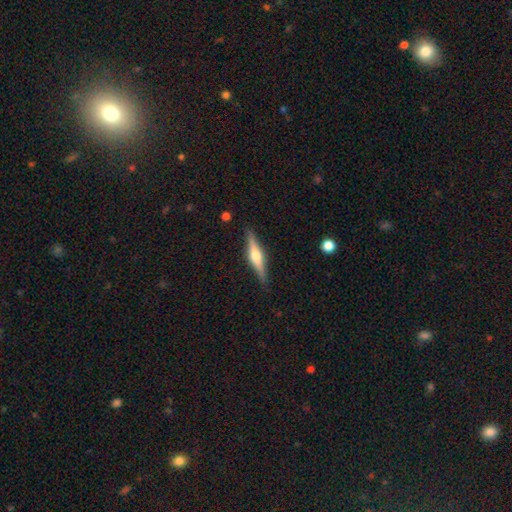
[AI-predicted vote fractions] A featured or disk galaxy (71%) viewed edge-on (97%) with a rounded central bulge (92%).

Vote fractions:
- Smooth or featured? featured or disk: 71% / smooth: 24% / star or artifact: 6%
- Edge-on disk? yes: 97% / no: 3%
- Edge-on bulge? rounded: 92% / boxy: 5% / none: 3%
- Merging? none: 88% / minor disturbance: 9% / major disturbance: 2% / merger: 1%